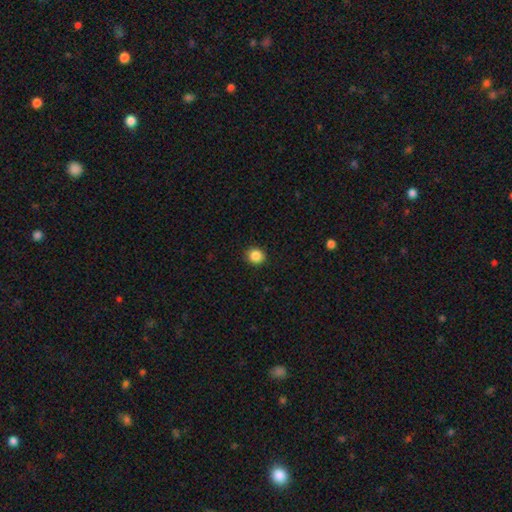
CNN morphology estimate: Smooth or featured: smooth — 87% (star or artifact — 9%)
How rounded: round — 81% (in between — 18%)
Merging: none — 91% (minor disturbance — 6%)